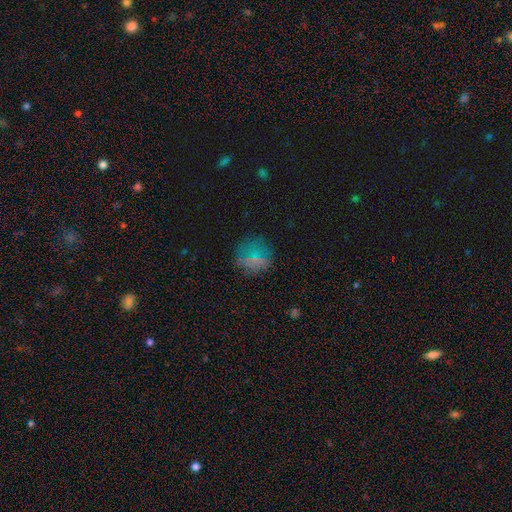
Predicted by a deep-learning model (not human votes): smooth-or-featured: smooth: 58% | star or artifact: 26% | featured or disk: 16%
  how-rounded: round: 85% | in between: 13% | cigar-shaped: 2%
  merging: none: 77% | minor disturbance: 14% | major disturbance: 6% | merger: 2%